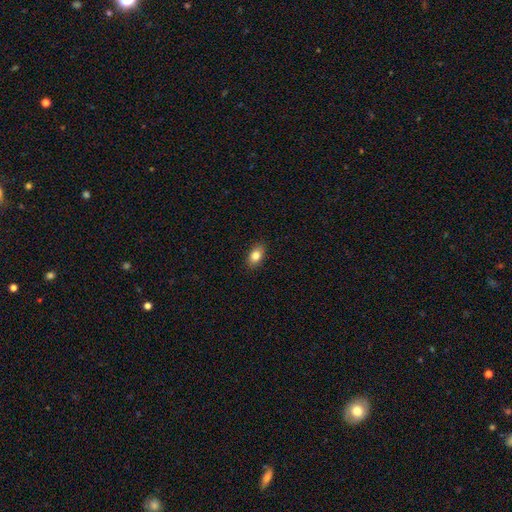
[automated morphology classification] Smooth or featured? Predicted: smooth (p=0.83). How rounded? Predicted: in between (p=0.87). Merging? Predicted: none (p=0.88).